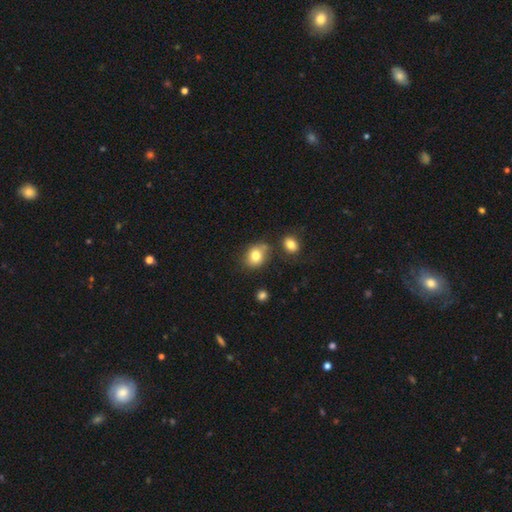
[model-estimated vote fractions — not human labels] The model was most divided on "how rounded": round: 58%, in between: 41%, cigar-shaped: 1%. More confident: smooth or featured — smooth (80%); merging — none (68%).